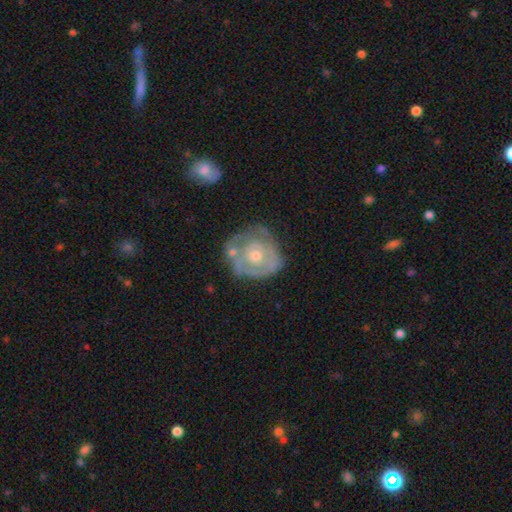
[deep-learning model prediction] Morphology: type=featured or disk (70%); edge-on=no (97%); bar=no (86%); spiral arms=yes (54%); bulge=moderate (55%); merging=none (51%).